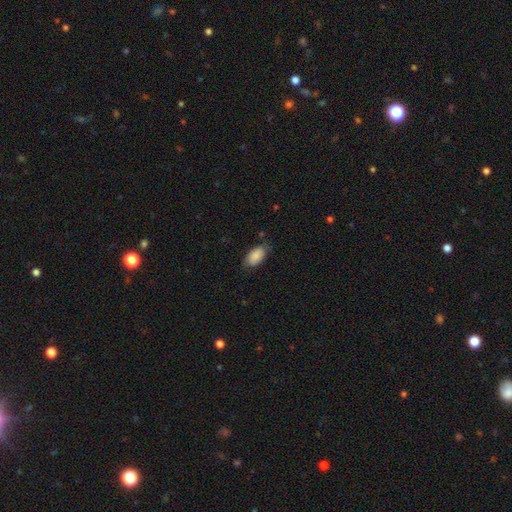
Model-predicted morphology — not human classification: This is clearly a smooth galaxy (86%). How rounded: clearly in between (94%). Merging: likely none (72%).